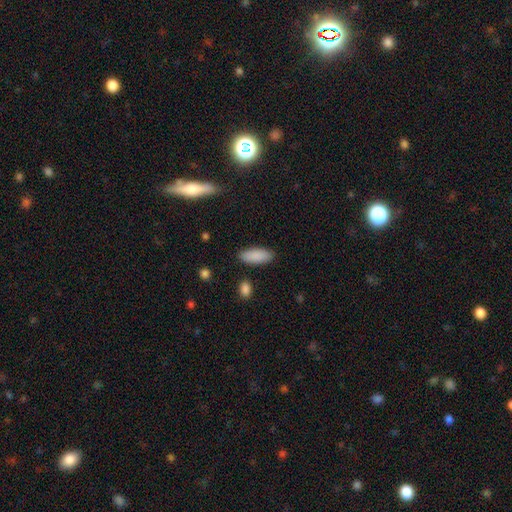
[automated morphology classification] Smooth or featured? Predicted: smooth (p=0.89). How rounded? Predicted: in between (p=0.76). Merging? Predicted: none (p=0.87).